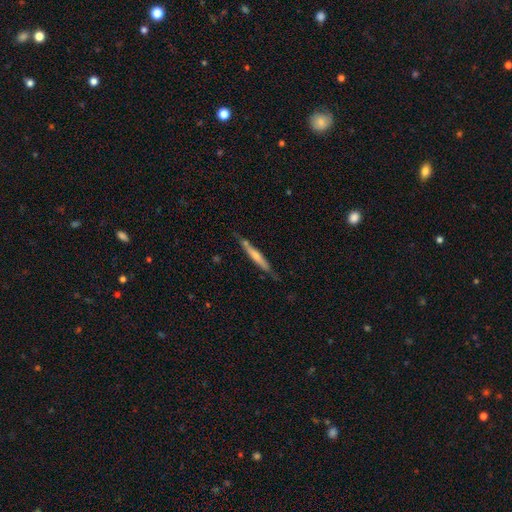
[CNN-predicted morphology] Smooth or featured?
  - smooth: 48% *
  - featured or disk: 46%
  - star or artifact: 6%
Merging?
  - none: 72% *
  - minor disturbance: 19%
  - merger: 5%
  - major disturbance: 3%